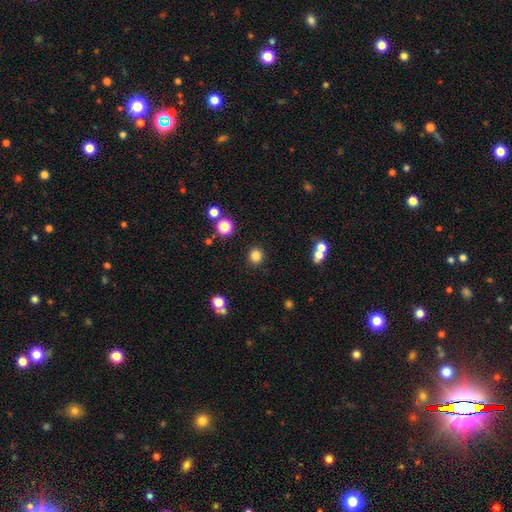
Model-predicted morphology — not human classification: Smooth or featured? Predicted: smooth (p=0.83). How rounded? Predicted: round (p=0.86). Merging? Predicted: none (p=0.89).